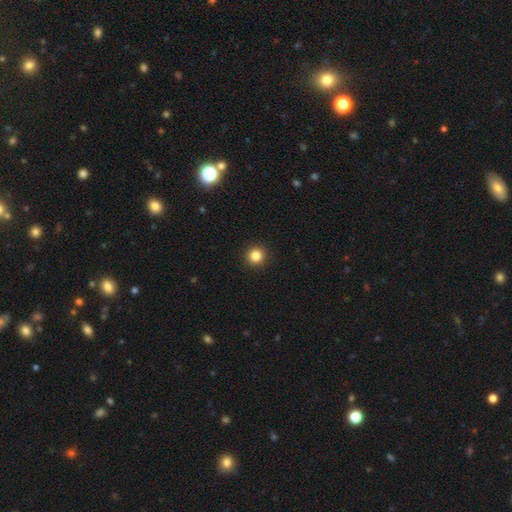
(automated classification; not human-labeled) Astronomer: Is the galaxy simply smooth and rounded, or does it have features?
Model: smooth — 84%.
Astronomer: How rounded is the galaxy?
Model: round — 94%.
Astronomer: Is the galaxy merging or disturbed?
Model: none — 93%.